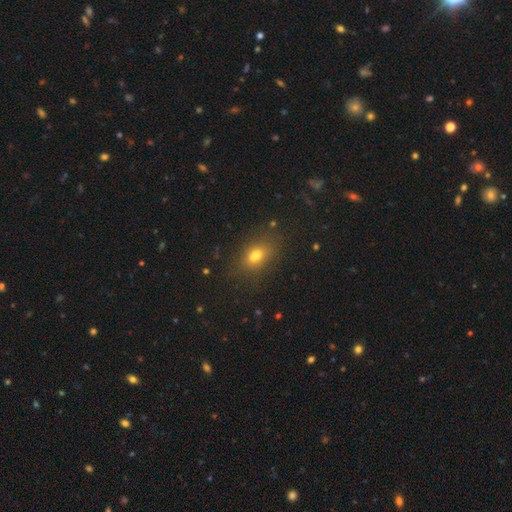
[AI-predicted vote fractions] A smooth galaxy with no disk features (74%) that is in between round and cigar-shaped (76%).

Vote fractions:
- Smooth or featured? smooth: 74% / star or artifact: 15% / featured or disk: 11%
- How rounded? in between: 76% / round: 21% / cigar-shaped: 3%
- Merging? none: 80% / minor disturbance: 13% / major disturbance: 4% / merger: 3%